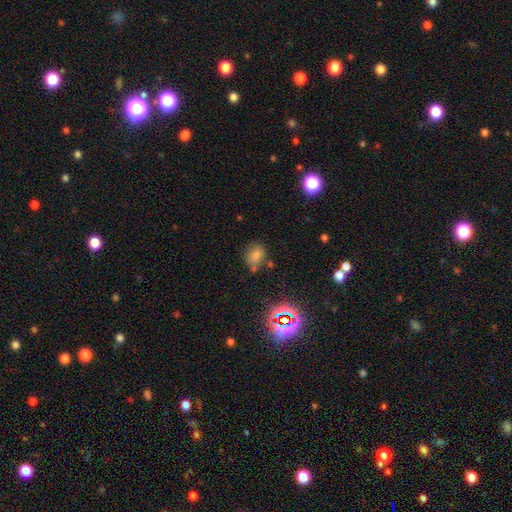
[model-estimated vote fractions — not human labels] The model was most divided on "how rounded": in between: 64%, round: 35%, cigar-shaped: 1%. More confident: smooth or featured — smooth (69%); merging — none (61%).